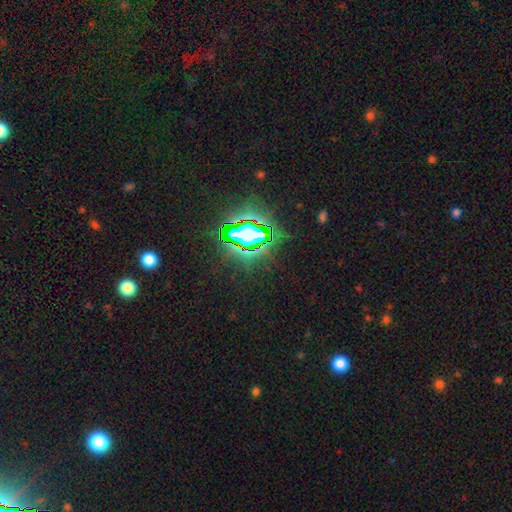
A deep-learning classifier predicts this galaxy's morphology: A star or artifact, not a galaxy (74%).

Vote fractions:
- Smooth or featured? star or artifact: 74% / smooth: 15% / featured or disk: 11%